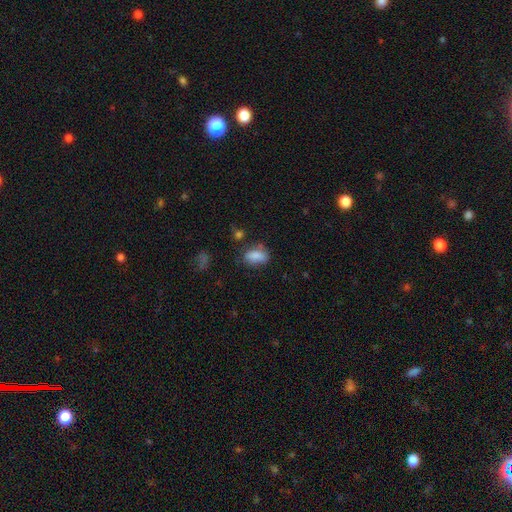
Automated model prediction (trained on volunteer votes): Overall: smooth (84%). How rounded: in between (87%). Merging: none (61%; minor disturbance 25%).